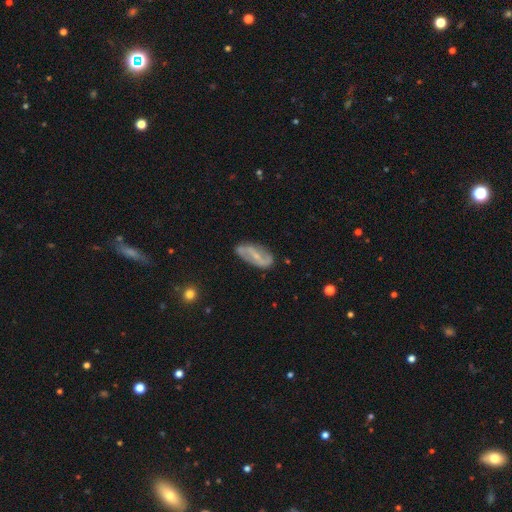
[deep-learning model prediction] This is likely a featured or disk galaxy (77%). It is clearly not viewed edge-on (92%). Bar: marginally weak (40%). Spiral arm pattern: clearly yes (86%). Spiral arm count: clearly 2 (88%). Spiral winding: possibly loose (56%). Central bulge: likely small (70%). Merging: likely none (77%).